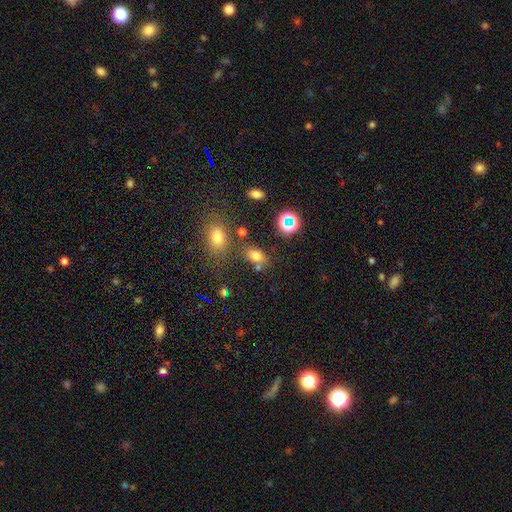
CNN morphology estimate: Q: Smooth or featured?
A: smooth (69%); runner-up: star or artifact (22%)
Q: How rounded?
A: in between (76%); runner-up: round (22%)
Q: Merging?
A: none (65%); runner-up: merger (15%)